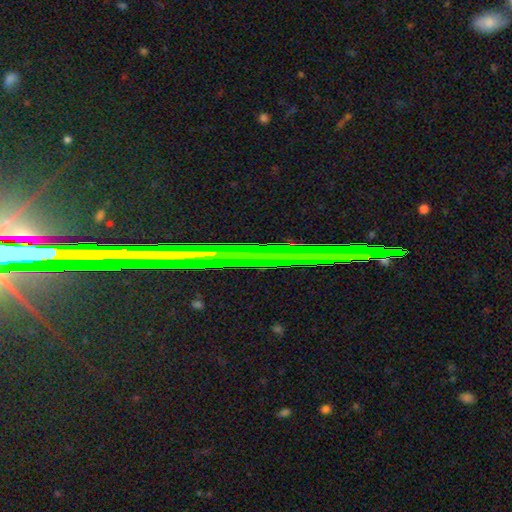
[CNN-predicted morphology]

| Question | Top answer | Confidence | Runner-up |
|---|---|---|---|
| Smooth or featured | star or artifact | 65% | featured or disk (25%) |